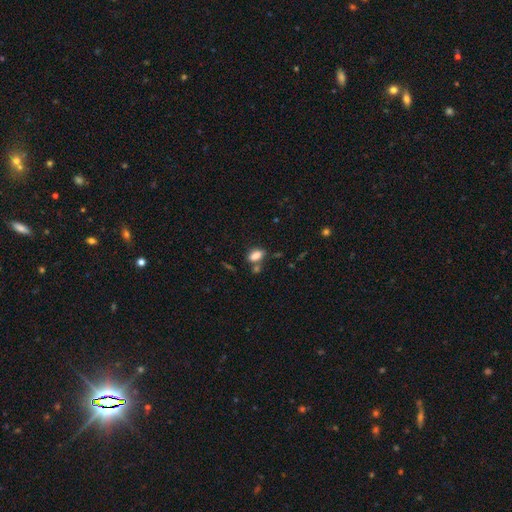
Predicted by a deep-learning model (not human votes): smooth_or_featured: smooth (p=0.83) [alt: star or artifact p=0.10]
how_rounded: in between (p=0.86) [alt: cigar-shaped p=0.07]
merging: none (p=0.60) [alt: merger p=0.20]